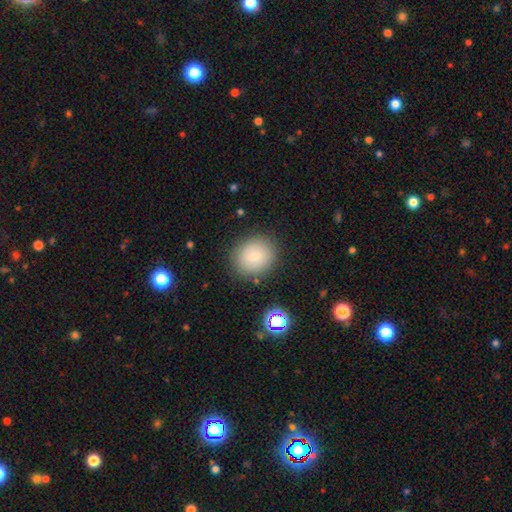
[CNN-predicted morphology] Smooth or featured? smooth (80%)
How rounded? round (77%)
Merging? none (83%)